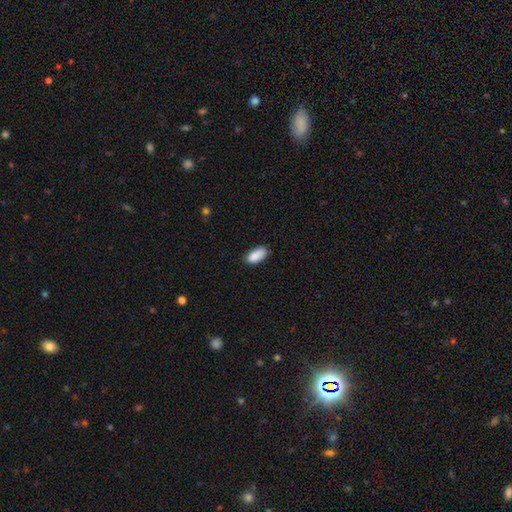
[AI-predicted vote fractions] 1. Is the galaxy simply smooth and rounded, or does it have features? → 90% smooth, 7% star or artifact, 3% featured or disk.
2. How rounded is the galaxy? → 91% in between, 6% cigar-shaped, 2% round.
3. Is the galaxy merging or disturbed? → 82% none, 14% minor disturbance, 2% major disturbance, 1% merger.